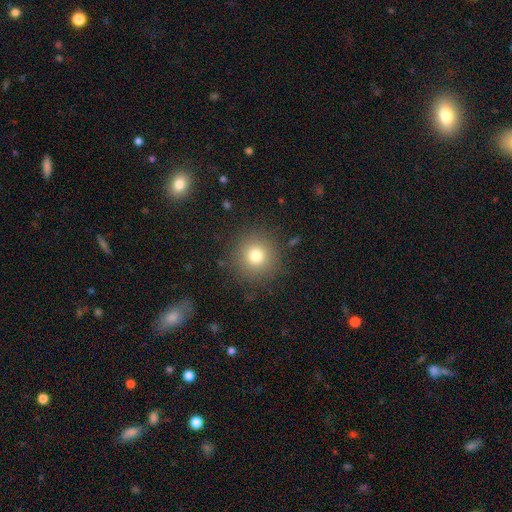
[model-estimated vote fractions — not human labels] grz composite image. It shows a smooth galaxy with no disk features (77%) that is round (95%). Merging: none (88%).